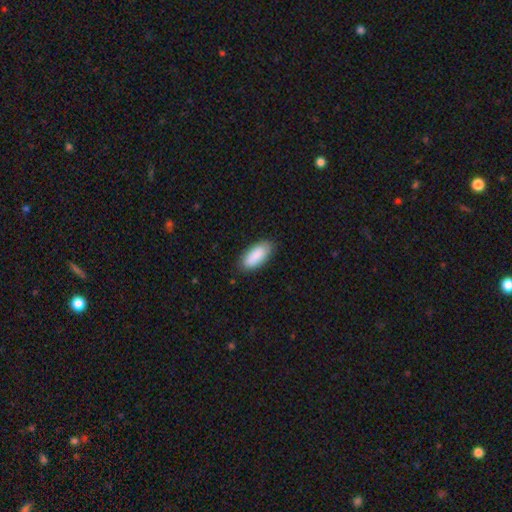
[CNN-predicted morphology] A smooth galaxy with no disk features (89%) that is in between round and cigar-shaped (86%).

Vote fractions:
- Smooth or featured? smooth: 89% / featured or disk: 6% / star or artifact: 6%
- How rounded? in between: 86% / cigar-shaped: 13% / round: 2%
- Merging? none: 83% / minor disturbance: 13% / major disturbance: 2% / merger: 1%